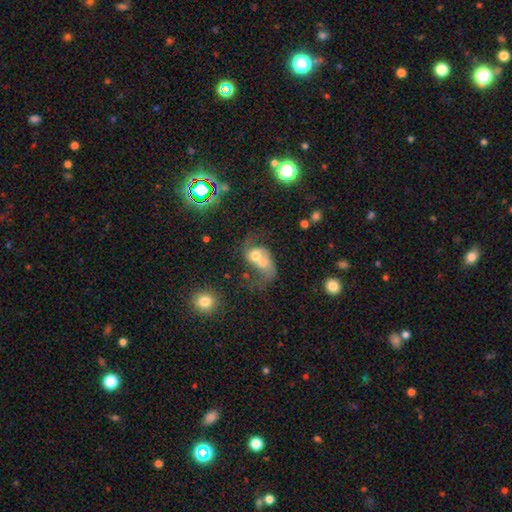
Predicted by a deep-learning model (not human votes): Smooth or featured?
  - featured or disk: 49% *
  - smooth: 40%
  - star or artifact: 11%
Merging?
  - merger: 79% *
  - none: 9%
  - major disturbance: 8%
  - minor disturbance: 4%